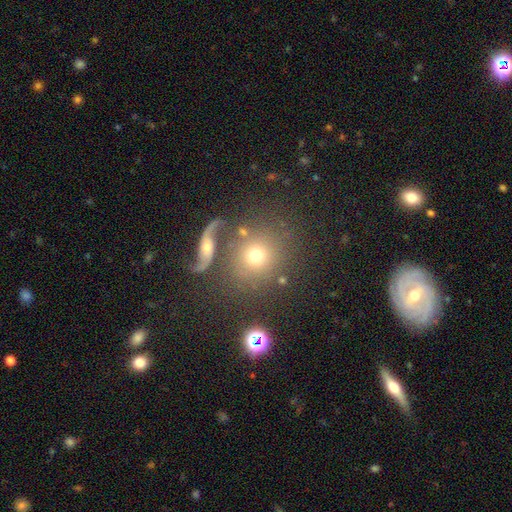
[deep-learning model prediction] This is likely a smooth galaxy (67%). How rounded: clearly round (85%). Merging: likely none (68%).